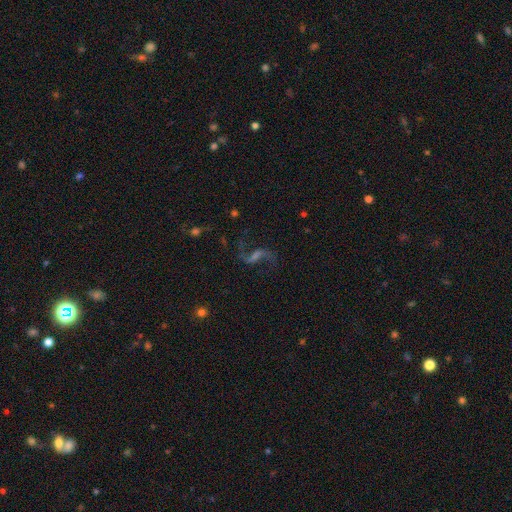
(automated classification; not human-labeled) Smooth or featured: featured or disk — 82% (star or artifact — 11%)
Edge-on disk: no — 97% (yes — 3%)
Bar: weak — 46% (strong — 29%)
Spiral arms: yes — 95% (no — 5%)
Spiral winding: loose — 86% (medium — 11%)
Spiral arm count: 2 — 92% (1 — 3%)
Bulge size: none — 41% (small — 35%)
Merging: none — 74% (minor disturbance — 12%)